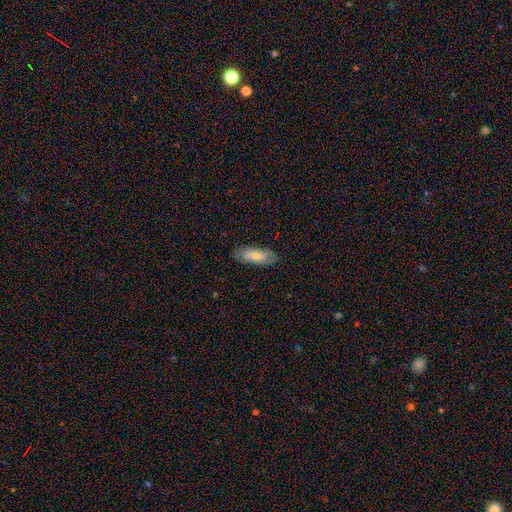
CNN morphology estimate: smooth-or-featured: smooth: 51% | featured or disk: 42% | star or artifact: 7%
  how-rounded: in between: 64% | cigar-shaped: 33% | round: 2%
  merging: none: 83% | minor disturbance: 13% | major disturbance: 3% | merger: 1%